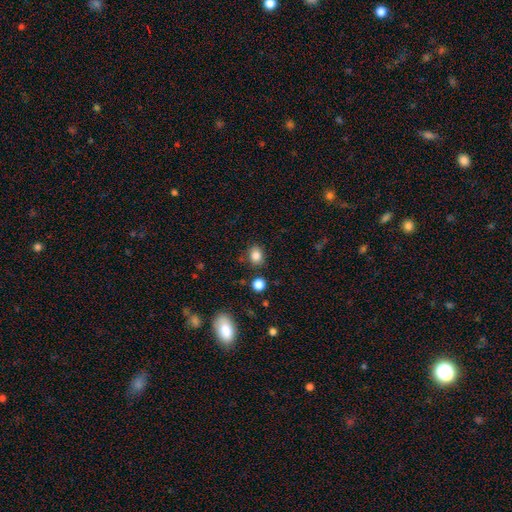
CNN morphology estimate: Smooth or featured? smooth (84%)
How rounded? round (53%)
Merging? none (80%)